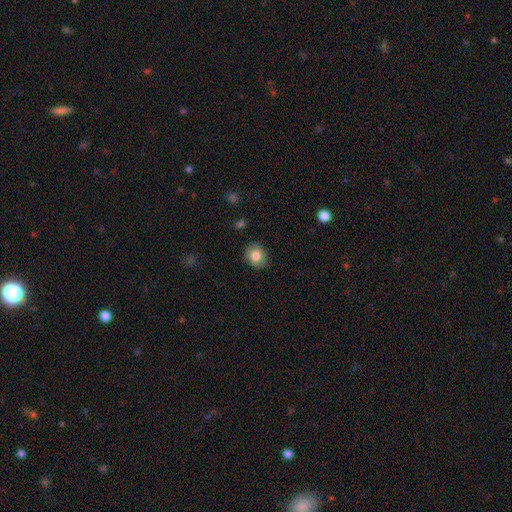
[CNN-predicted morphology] A smooth galaxy with no disk features (78%) that is round (65%). Merging: none (85%).